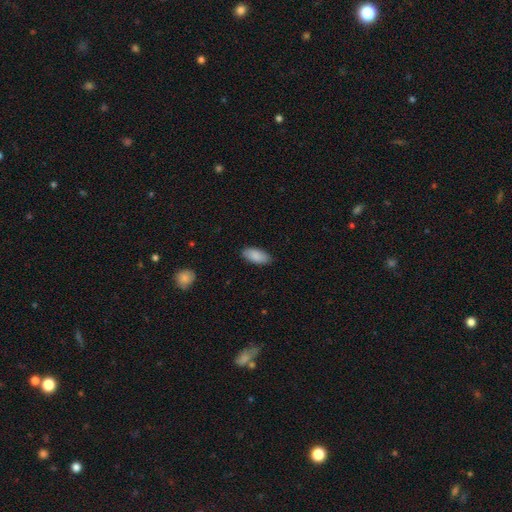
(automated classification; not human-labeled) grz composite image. It shows a smooth galaxy with no disk features (88%) that is in between round and cigar-shaped (90%). Merging: none (85%).